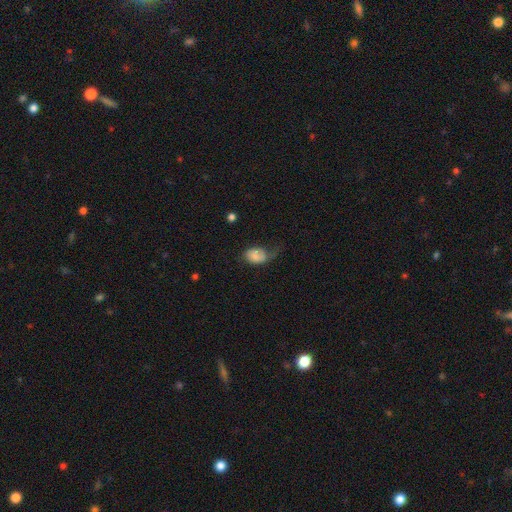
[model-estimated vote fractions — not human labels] The model was most divided on "merging": major disturbance: 36%, minor disturbance: 32%, none: 28%, merger: 4%. More confident: how rounded — in between (79%); smooth or featured — smooth (71%).